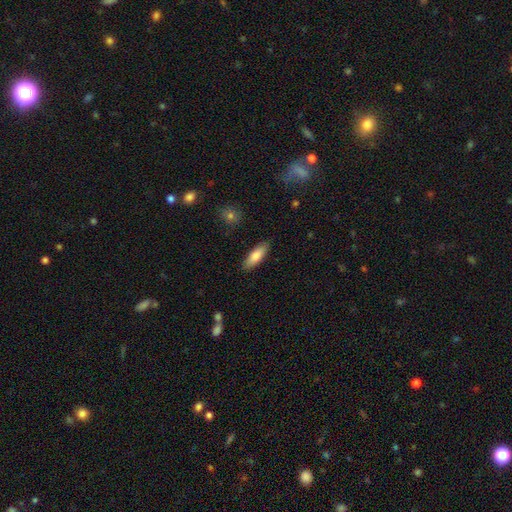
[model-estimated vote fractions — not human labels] Q: Smooth or featured?
A: smooth (79%); runner-up: featured or disk (15%)
Q: How rounded?
A: in between (56%); runner-up: cigar-shaped (42%)
Q: Merging?
A: none (88%); runner-up: minor disturbance (9%)